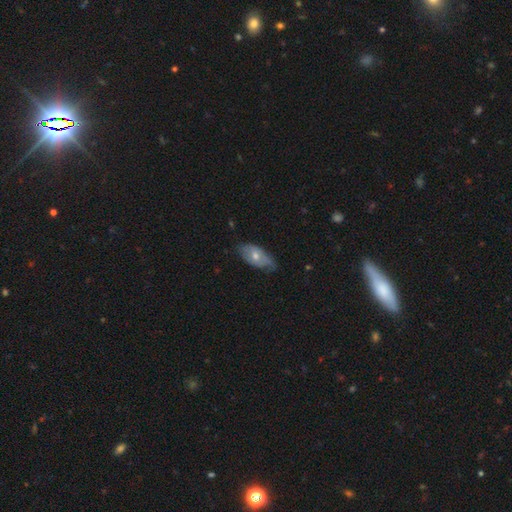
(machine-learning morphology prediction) Smooth or featured?
  - smooth: 48% *
  - featured or disk: 45%
  - star or artifact: 7%
Merging?
  - none: 67% *
  - minor disturbance: 27%
  - major disturbance: 5%
  - merger: 1%